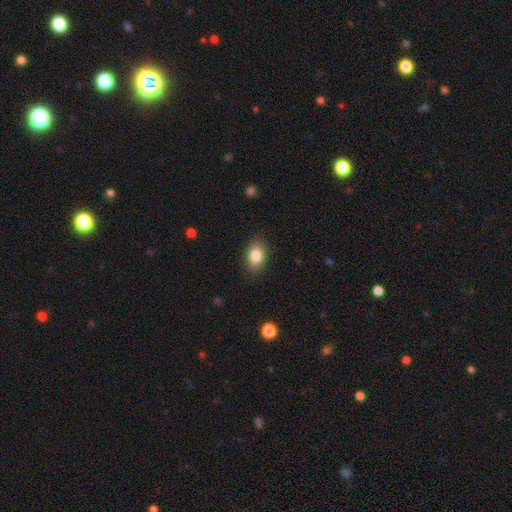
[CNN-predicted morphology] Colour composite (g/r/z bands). It shows a smooth galaxy with no disk features (84%) that is in between round and cigar-shaped (83%). Merging: none (86%).